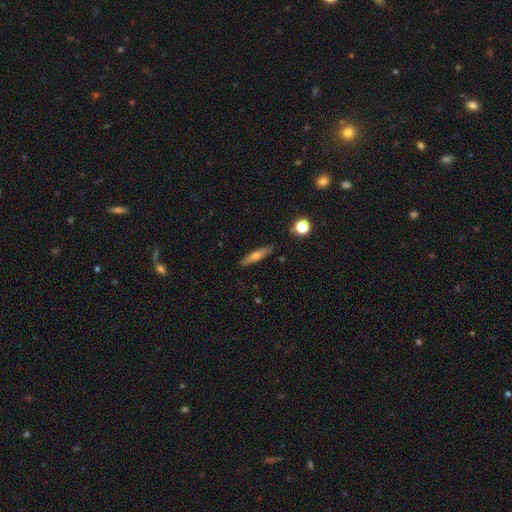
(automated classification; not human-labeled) Morphology: type=smooth (55%); roundness=cigar-shaped (84%); merging=none (87%).